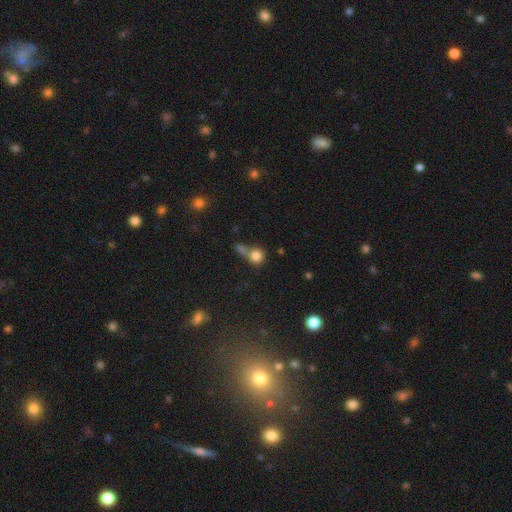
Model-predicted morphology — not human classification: This appears to be a smooth galaxy with no disk features (79%) that is round (86%). Merging: none (42%).